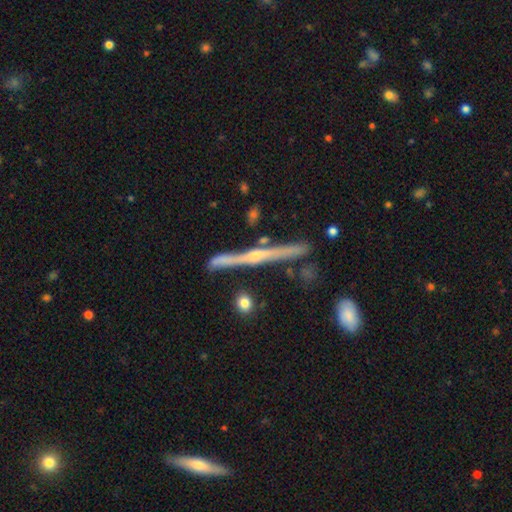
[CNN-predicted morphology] featured or disk 82%, smooth 12%, star or artifact 6%. Down the decision tree: edge-on disk — yes (98%); edge-on bulge — rounded (76%); merging — none (85%).